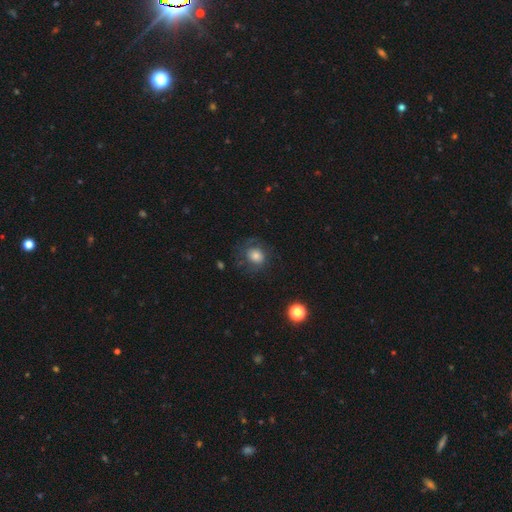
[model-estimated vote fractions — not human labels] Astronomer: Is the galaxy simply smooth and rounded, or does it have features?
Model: smooth — 64%.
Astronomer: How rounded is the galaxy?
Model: round — 71%.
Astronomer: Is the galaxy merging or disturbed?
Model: none — 60%.